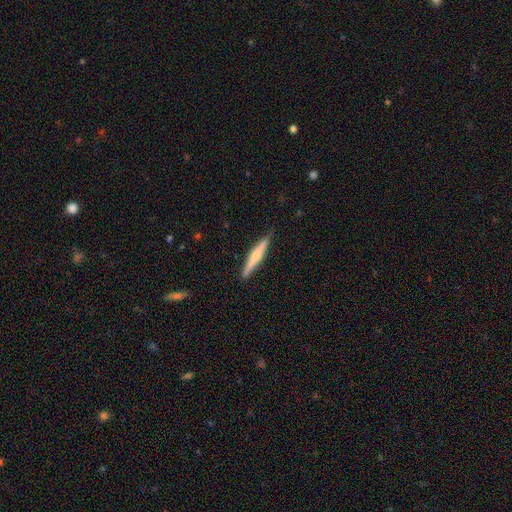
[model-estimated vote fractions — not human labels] featured or disk 54%, smooth 41%, star or artifact 6%. Down the decision tree: edge-on disk — yes (97%); edge-on bulge — rounded (62%); merging — none (87%).